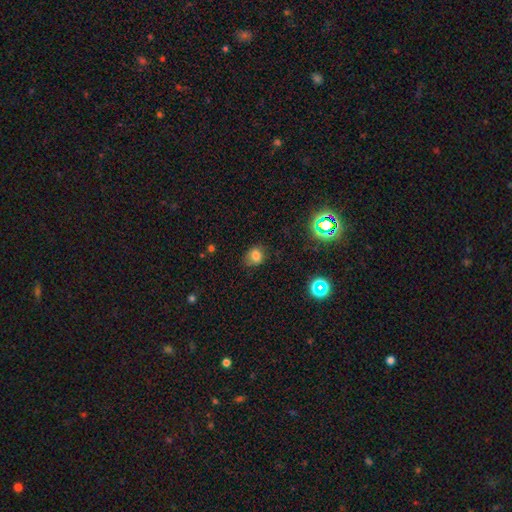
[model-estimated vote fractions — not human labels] Q: Smooth or featured?
A: smooth (77%); runner-up: star or artifact (16%)
Q: How rounded?
A: round (62%); runner-up: in between (37%)
Q: Merging?
A: none (73%); runner-up: minor disturbance (21%)